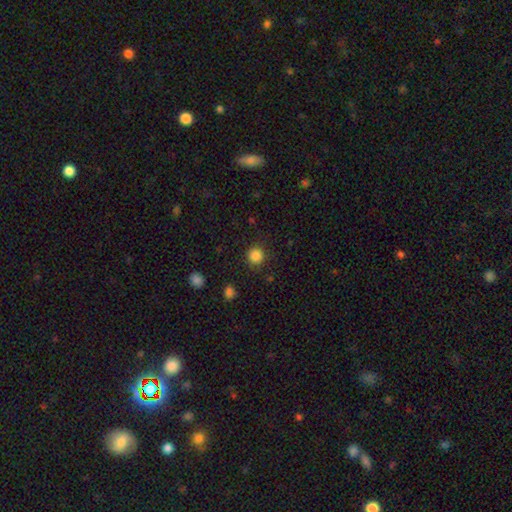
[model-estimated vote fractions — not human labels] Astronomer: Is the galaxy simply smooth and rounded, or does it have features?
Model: smooth — 85%.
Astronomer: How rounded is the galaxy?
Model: round — 94%.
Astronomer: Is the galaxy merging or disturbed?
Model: none — 88%.